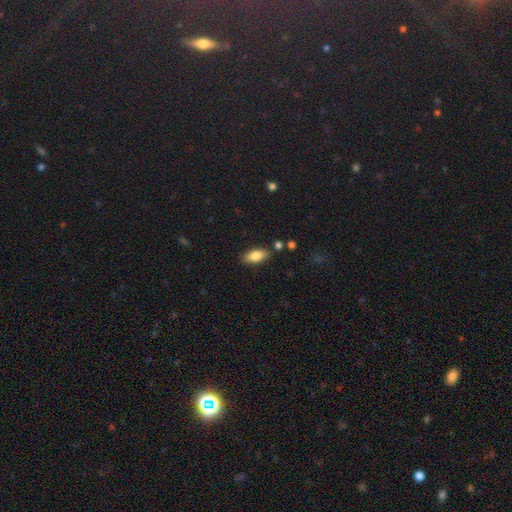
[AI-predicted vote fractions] smooth 81%, featured or disk 12%, star or artifact 7%. Down the decision tree: how rounded — in between (85%); merging — none (84%).